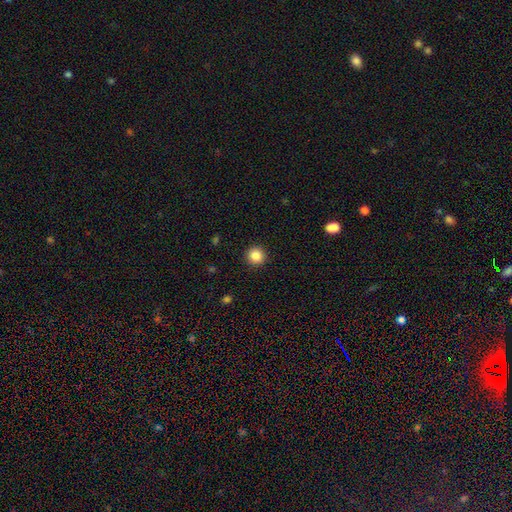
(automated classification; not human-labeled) This is clearly a smooth galaxy (86%). How rounded: clearly round (95%). Merging: clearly none (93%).